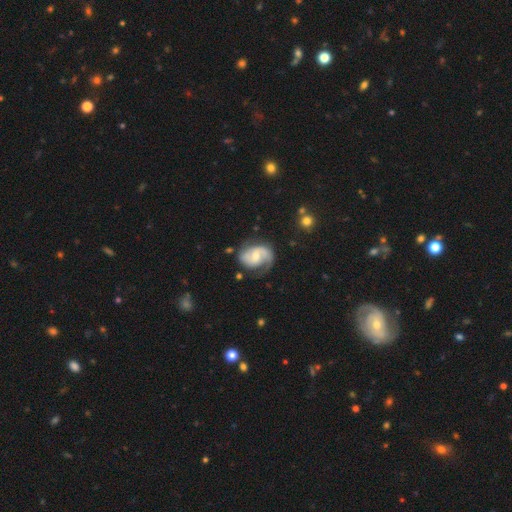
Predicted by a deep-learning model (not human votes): Smooth or featured? Predicted: featured or disk (p=0.83). Edge-on disk? Predicted: no (p=0.98). Bar? Predicted: no (p=0.45). Spiral arms? Predicted: yes (p=0.96). Spiral winding? Predicted: medium (p=0.48). Spiral arm count? Predicted: 2 (p=0.79). Bulge size? Predicted: moderate (p=0.53). Merging? Predicted: none (p=0.67).